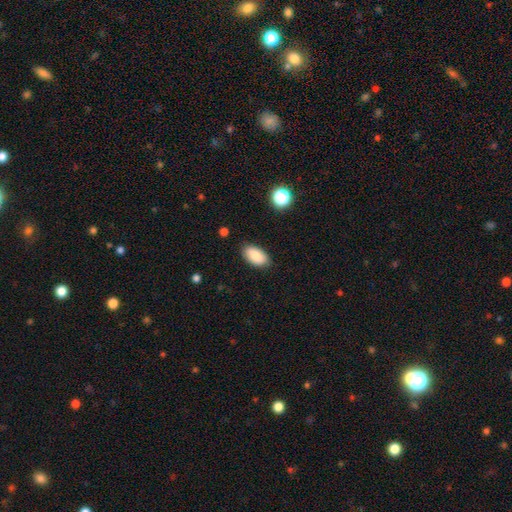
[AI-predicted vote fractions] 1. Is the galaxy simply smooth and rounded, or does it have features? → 85% smooth, 8% featured or disk, 7% star or artifact.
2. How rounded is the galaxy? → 94% in between, 4% round, 3% cigar-shaped.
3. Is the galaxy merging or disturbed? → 85% none, 11% minor disturbance, 2% major disturbance, 1% merger.